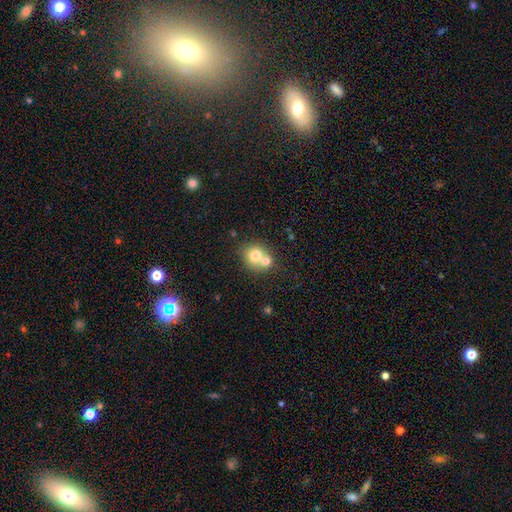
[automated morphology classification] Smooth or featured? Predicted: smooth (p=0.72). How rounded? Predicted: round (p=0.77). Merging? Predicted: merger (p=0.57).